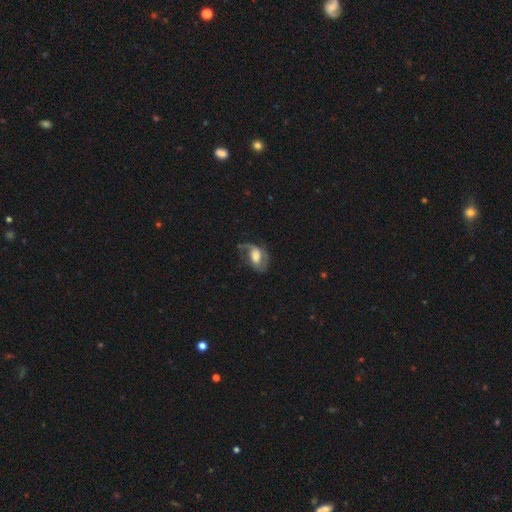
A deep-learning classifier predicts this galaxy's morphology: Q: Smooth or featured?
A: featured or disk (64%); runner-up: smooth (29%)
Q: Edge-on disk?
A: no (96%); runner-up: yes (4%)
Q: Bar?
A: no (42%); tied with: weak (42%)
Q: Spiral arms?
A: yes (84%); runner-up: no (16%)
Q: Spiral winding?
A: loose (43%); runner-up: medium (41%)
Q: Spiral arm count?
A: 2 (57%); runner-up: 1 (34%)
Q: Bulge size?
A: moderate (40%); runner-up: large (36%)
Q: Merging?
A: none (41%); runner-up: major disturbance (32%)